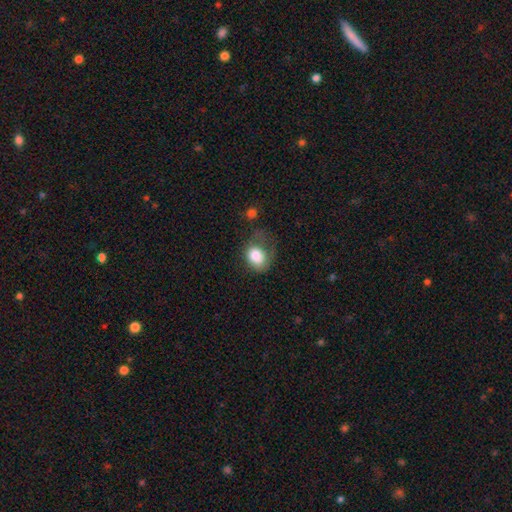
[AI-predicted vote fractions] The model was most divided on "merging": none: 34%, minor disturbance: 31%, major disturbance: 30%, merger: 5%. More confident: smooth or featured — smooth (81%); how rounded — in between (52%).